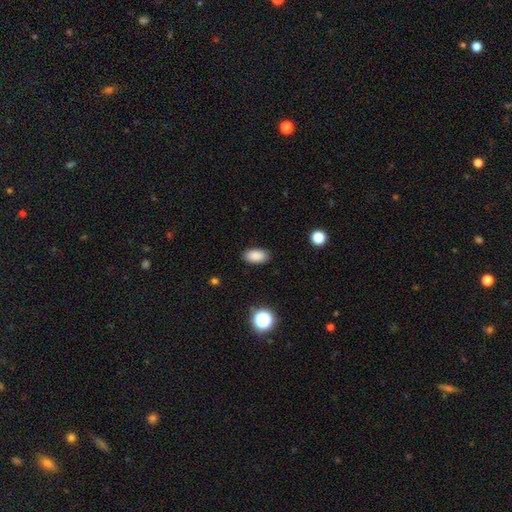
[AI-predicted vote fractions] smooth_or_featured: smooth (p=0.88) [alt: star or artifact p=0.09]
how_rounded: in between (p=0.93) [alt: round p=0.04]
merging: none (p=0.88) [alt: minor disturbance p=0.08]